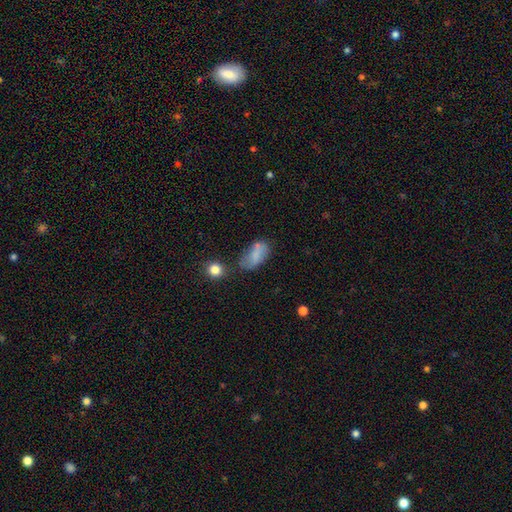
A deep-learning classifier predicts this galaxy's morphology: smooth_or_featured: smooth (p=0.72) [alt: featured or disk p=0.18]
how_rounded: in between (p=0.90) [alt: round p=0.05]
merging: none (p=0.45) [alt: minor disturbance p=0.28]